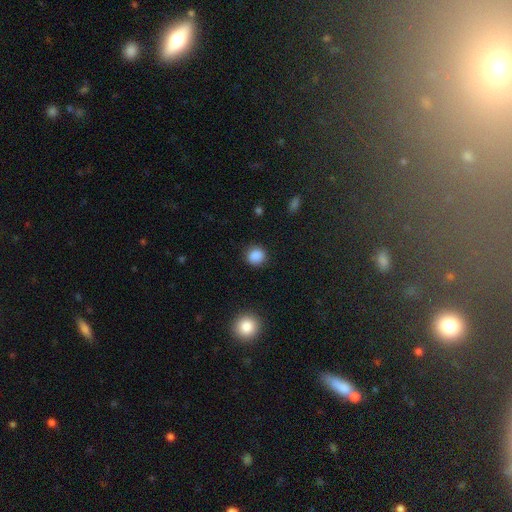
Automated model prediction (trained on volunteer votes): A smooth galaxy with no disk features (87%) that is round (84%). Merging: none (87%).